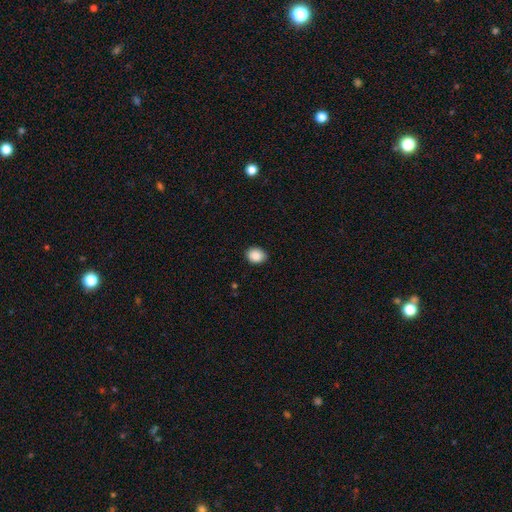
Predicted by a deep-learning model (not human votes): The model was most divided on "how rounded": round: 51%, in between: 48%, cigar-shaped: 1%. More confident: smooth or featured — smooth (89%); merging — none (87%).